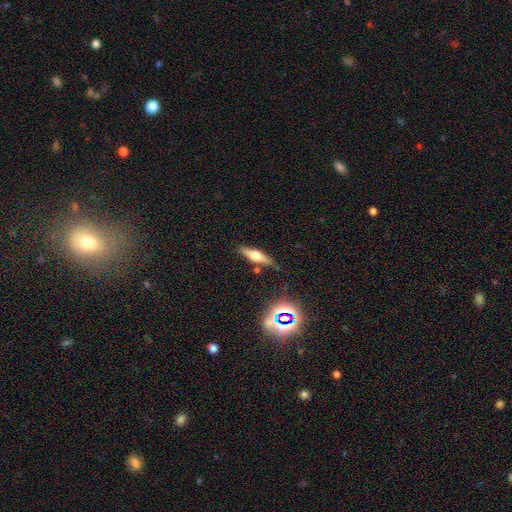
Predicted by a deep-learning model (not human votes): This appears to be a featured or disk galaxy (52%) viewed edge-on (92%). Merging: none (83%).